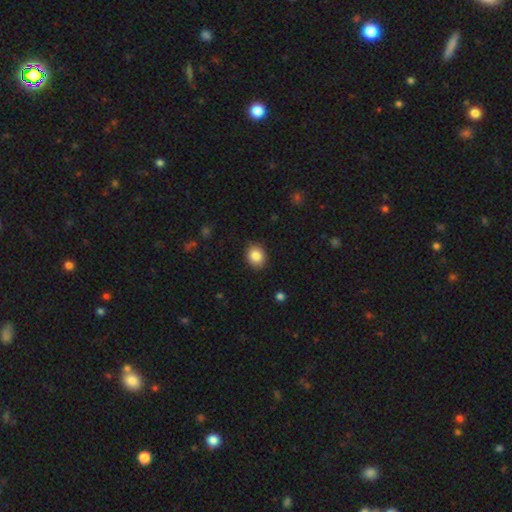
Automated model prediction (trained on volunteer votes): Smooth or featured: smooth — 85% (star or artifact — 9%)
How rounded: round — 57% (in between — 43%)
Merging: none — 88% (minor disturbance — 9%)